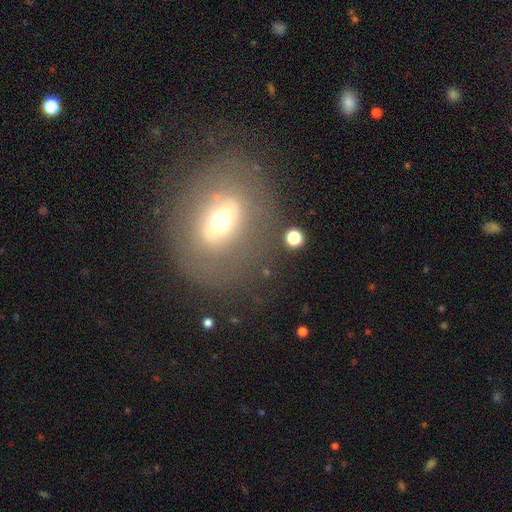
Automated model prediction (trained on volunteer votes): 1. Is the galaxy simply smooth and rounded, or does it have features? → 46% featured or disk, 39% smooth, 15% star or artifact.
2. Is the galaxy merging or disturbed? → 77% none, 13% minor disturbance, 7% major disturbance, 3% merger.